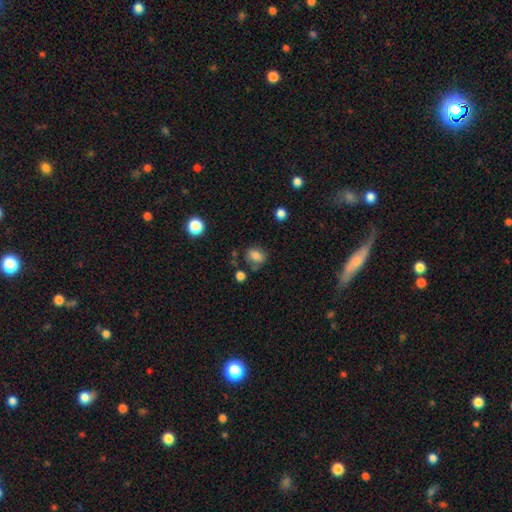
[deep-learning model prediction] smooth 80%, star or artifact 11%, featured or disk 9%. Down the decision tree: how rounded — in between (51%); merging — none (64%).